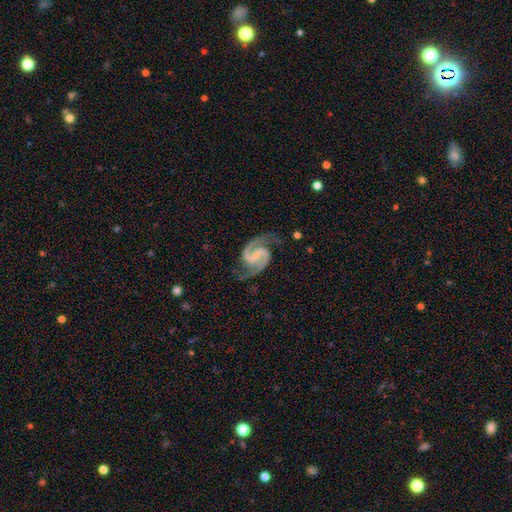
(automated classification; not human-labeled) Morphology: type=featured or disk (94%); edge-on=no (98%); bar=weak (48%); spiral arms=yes (99%); winding=medium (66%); arm count=2 (95%); bulge=small (49%); merging=none (77%).